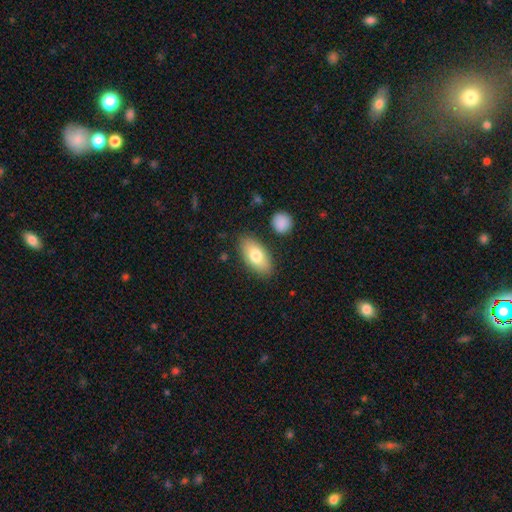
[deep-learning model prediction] This is likely a smooth galaxy (76%). How rounded: clearly in between (91%). Merging: clearly none (84%).